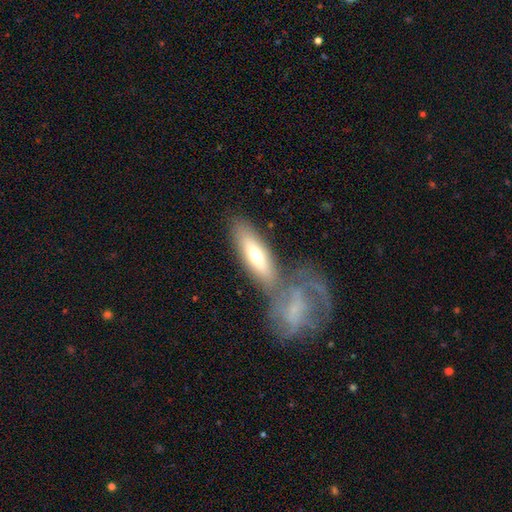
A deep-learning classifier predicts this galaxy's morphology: Smooth or featured? Predicted: smooth (p=0.57). How rounded? Predicted: in between (p=0.52). Merging? Predicted: none (p=0.53).